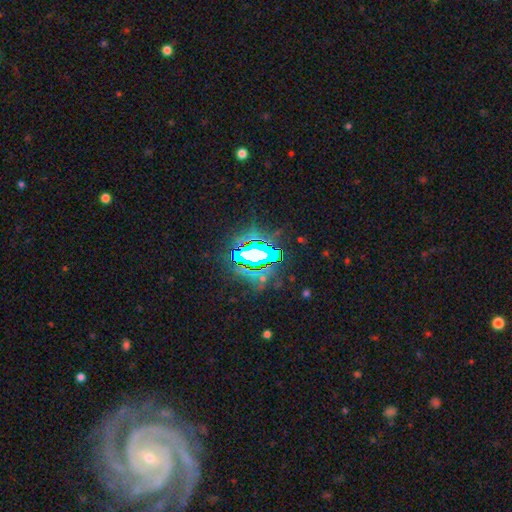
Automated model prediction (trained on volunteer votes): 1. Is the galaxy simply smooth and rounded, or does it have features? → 72% star or artifact, 15% featured or disk, 13% smooth.